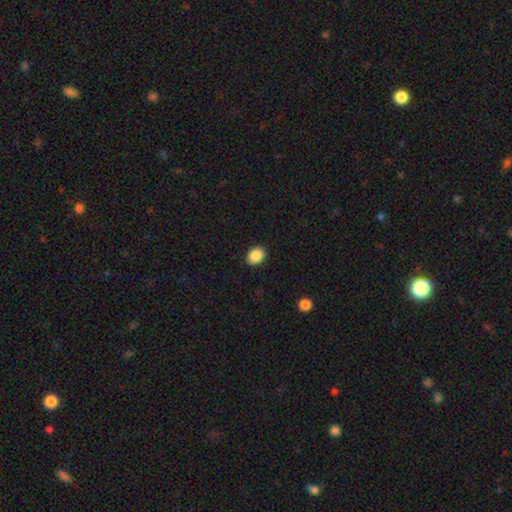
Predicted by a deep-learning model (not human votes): This is clearly a smooth galaxy (89%). How rounded: likely in between (63%). Merging: clearly none (90%).